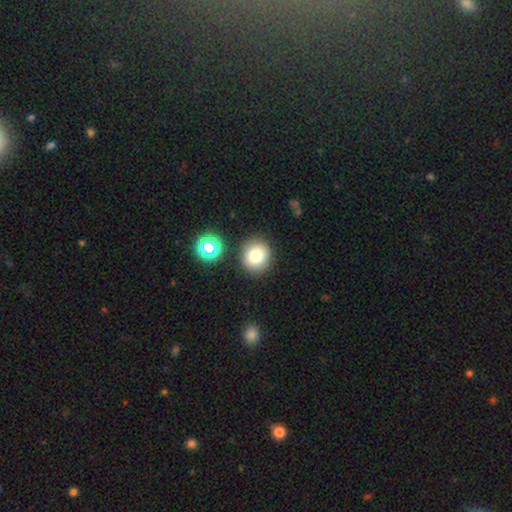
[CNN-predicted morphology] Smooth or featured: smooth — 79% (star or artifact — 13%)
How rounded: round — 88% (in between — 11%)
Merging: none — 86% (minor disturbance — 8%)